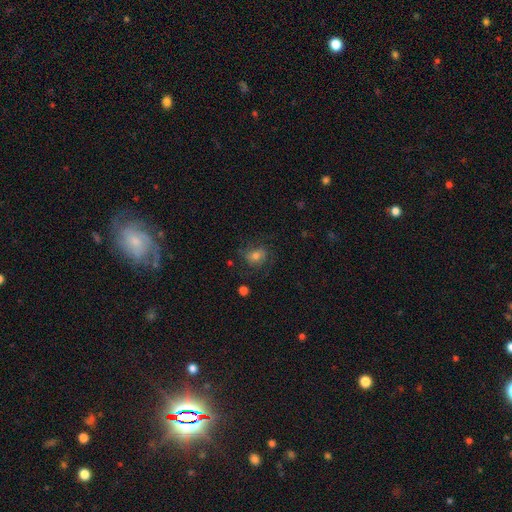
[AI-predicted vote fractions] The model was most divided on "smooth or featured": smooth: 52%, featured or disk: 32%, star or artifact: 17%. More confident: merging — none (70%); how rounded — round (63%).